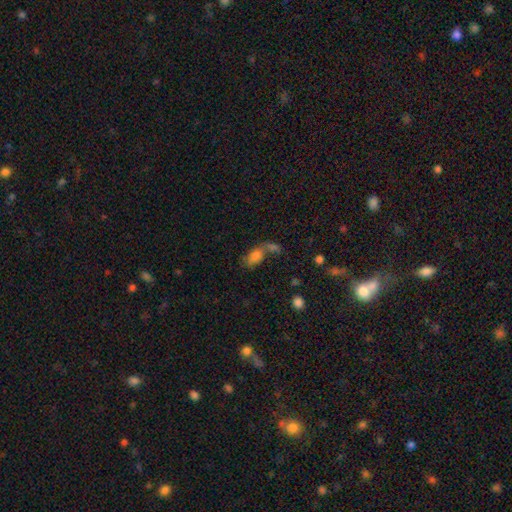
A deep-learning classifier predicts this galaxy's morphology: smooth-or-featured: smooth: 75% | featured or disk: 14% | star or artifact: 10%
  how-rounded: in between: 87% | round: 7% | cigar-shaped: 6%
  merging: merger: 49% | none: 30% | minor disturbance: 12% | major disturbance: 9%